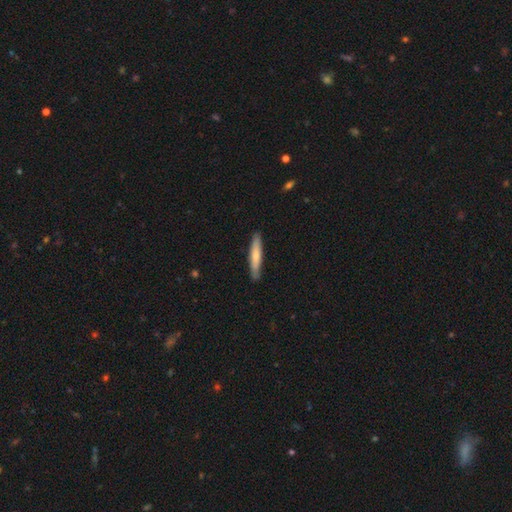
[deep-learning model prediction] A smooth galaxy with no disk features (66%) that is cigar-shaped (90%).

Vote fractions:
- Smooth or featured? smooth: 66% / featured or disk: 29% / star or artifact: 5%
- How rounded? cigar-shaped: 90% / in between: 9% / round: 1%
- Merging? none: 87% / minor disturbance: 10% / major disturbance: 2% / merger: 1%